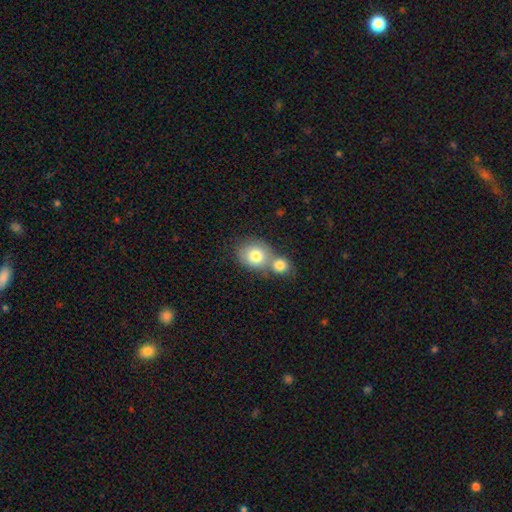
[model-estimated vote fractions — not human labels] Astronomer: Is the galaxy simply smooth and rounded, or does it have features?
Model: smooth — 78%.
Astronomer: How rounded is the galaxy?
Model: round — 73%.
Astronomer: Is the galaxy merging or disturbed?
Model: merger — 53% (runner-up: none, 36%).